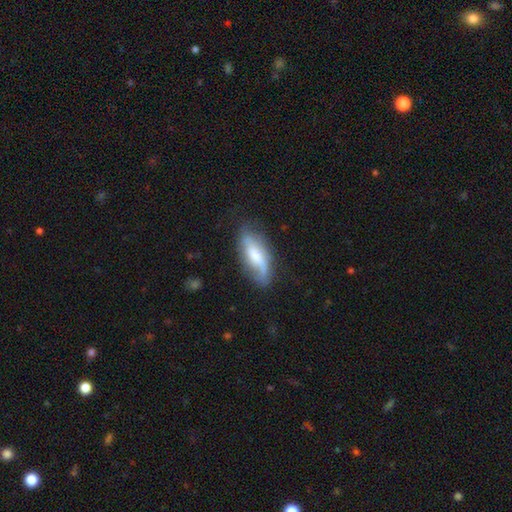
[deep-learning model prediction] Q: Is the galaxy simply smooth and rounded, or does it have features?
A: featured or disk — 51%.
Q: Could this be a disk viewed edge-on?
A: no — 78%.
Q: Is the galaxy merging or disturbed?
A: none — 63%.